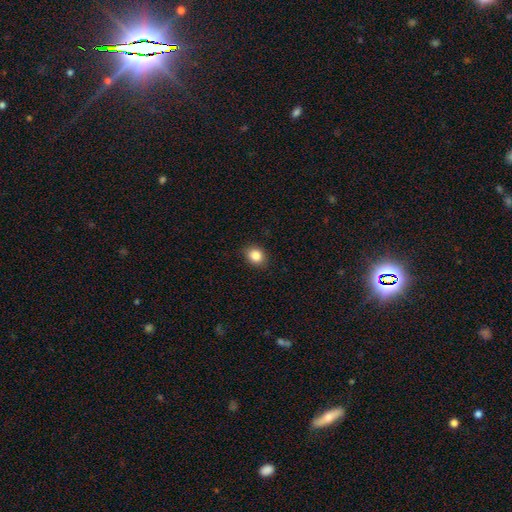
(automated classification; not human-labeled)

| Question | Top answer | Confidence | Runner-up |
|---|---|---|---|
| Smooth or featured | smooth | 86% | star or artifact (10%) |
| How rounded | round | 57% | in between (42%) |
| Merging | none | 90% | minor disturbance (7%) |